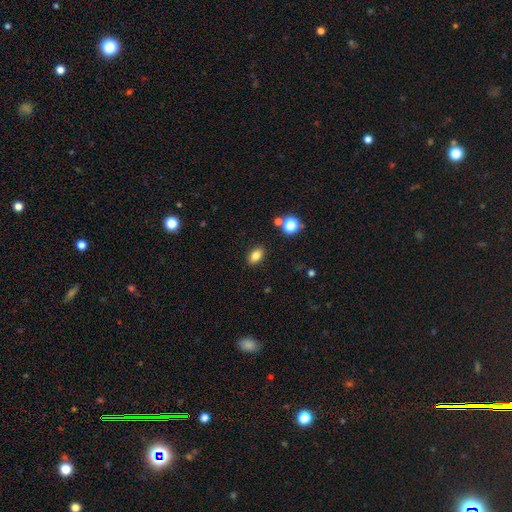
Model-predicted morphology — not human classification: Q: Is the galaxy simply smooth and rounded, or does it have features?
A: smooth — 81%.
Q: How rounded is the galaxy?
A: in between — 83%.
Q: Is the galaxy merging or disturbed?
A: none — 87%.